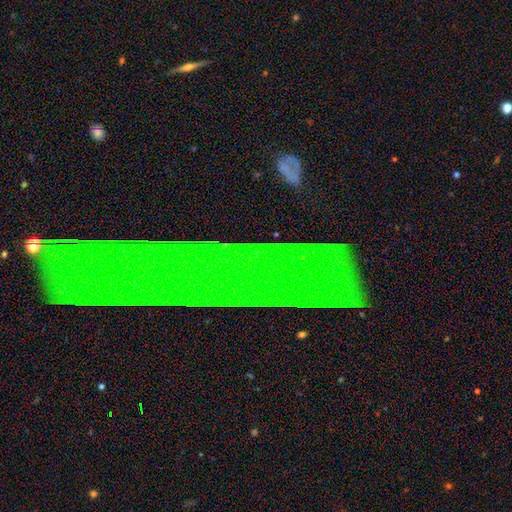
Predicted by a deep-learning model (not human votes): star or artifact 67%, featured or disk 19%, smooth 14%.